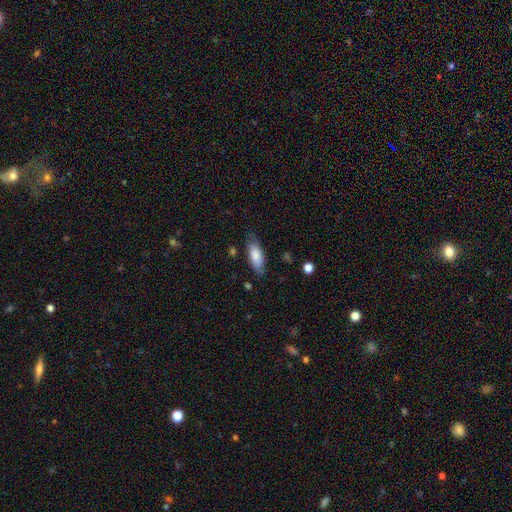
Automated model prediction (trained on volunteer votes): This appears to be a smooth galaxy with no disk features (78%) that is in between round and cigar-shaped (74%). Merging: none (72%).